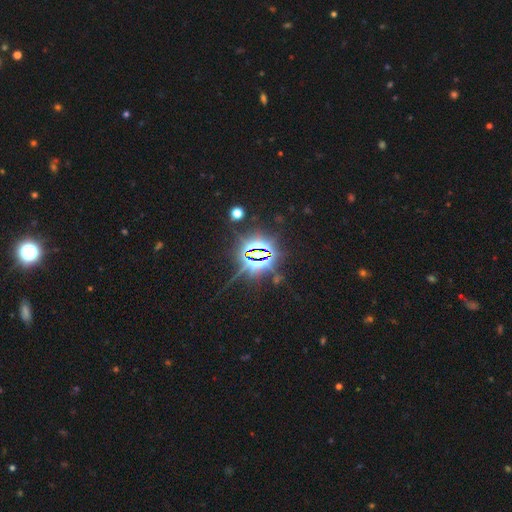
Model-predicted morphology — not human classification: star or artifact 83%, featured or disk 9%, smooth 9%.